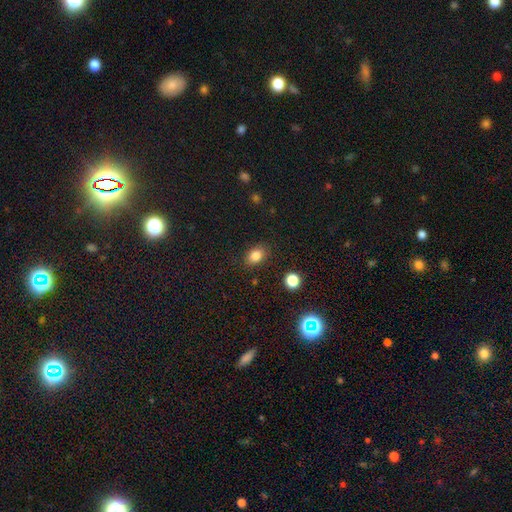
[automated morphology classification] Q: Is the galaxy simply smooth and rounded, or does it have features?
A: smooth — 82%.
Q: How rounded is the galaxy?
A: in between — 75%.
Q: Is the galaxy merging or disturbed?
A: none — 86%.